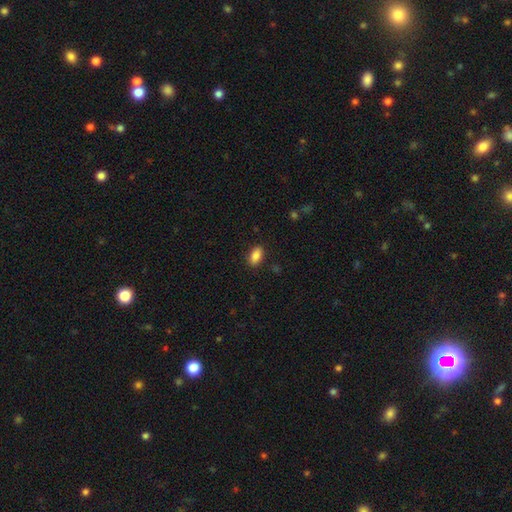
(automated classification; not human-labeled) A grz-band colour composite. It shows a smooth galaxy with no disk features (87%) that is in between round and cigar-shaped (90%). Merging: none (87%).